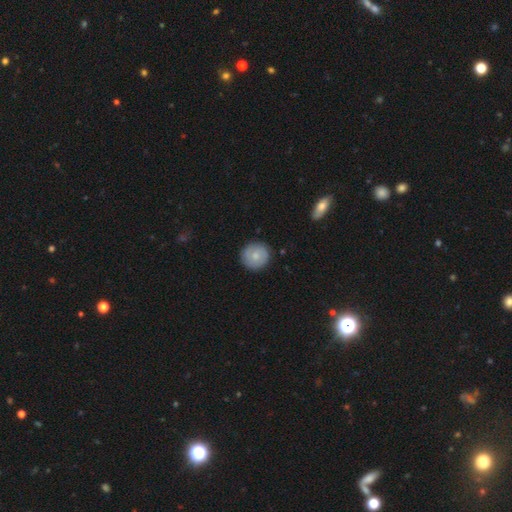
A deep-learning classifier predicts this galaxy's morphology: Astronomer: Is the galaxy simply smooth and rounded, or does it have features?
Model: smooth — 65%.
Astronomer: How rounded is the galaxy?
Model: round — 92%.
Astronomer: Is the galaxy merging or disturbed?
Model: none — 88%.